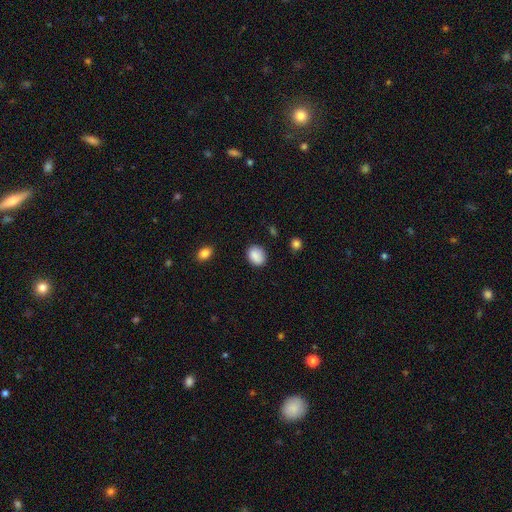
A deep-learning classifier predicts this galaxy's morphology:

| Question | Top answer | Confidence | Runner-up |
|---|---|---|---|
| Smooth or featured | smooth | 88% | star or artifact (8%) |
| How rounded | in between | 56% | round (43%) |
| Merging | none | 83% | minor disturbance (13%) |